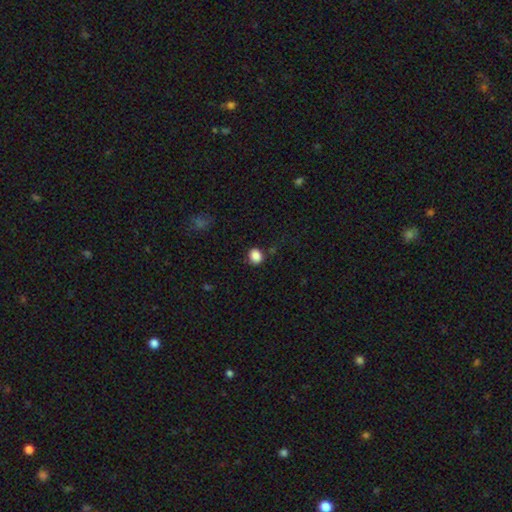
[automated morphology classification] smooth 87%, star or artifact 10%, featured or disk 3%. Down the decision tree: how rounded — round (67%); merging — none (81%).